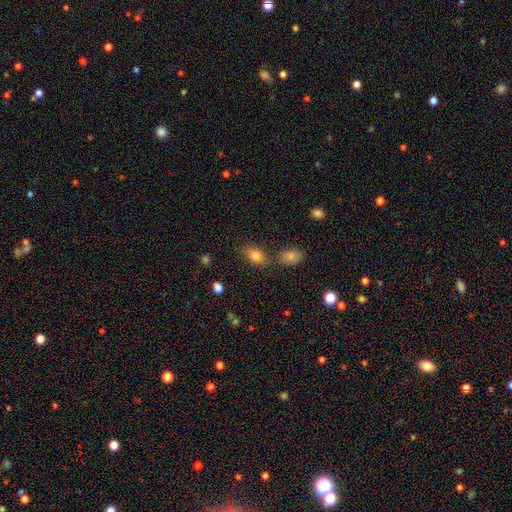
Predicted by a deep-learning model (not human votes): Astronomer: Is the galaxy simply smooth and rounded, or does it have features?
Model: smooth — 81%.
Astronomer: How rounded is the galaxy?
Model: in between — 88%.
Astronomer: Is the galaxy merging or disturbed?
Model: none — 67%.